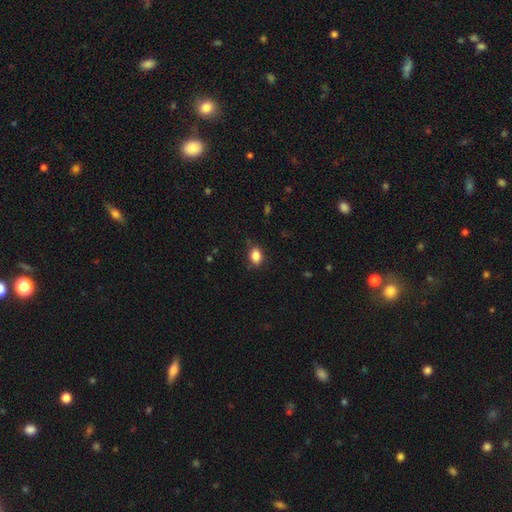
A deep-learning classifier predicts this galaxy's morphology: This appears to be a smooth galaxy with no disk features (86%) that is in between round and cigar-shaped (81%). Merging: none (78%).